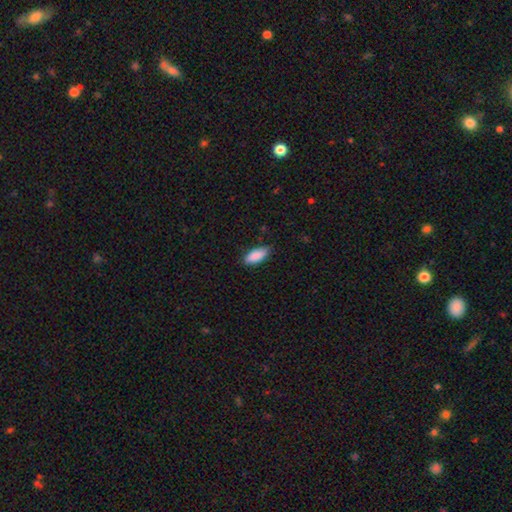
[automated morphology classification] Smooth or featured? Predicted: smooth (p=0.89). How rounded? Predicted: in between (p=0.87). Merging? Predicted: none (p=0.81).